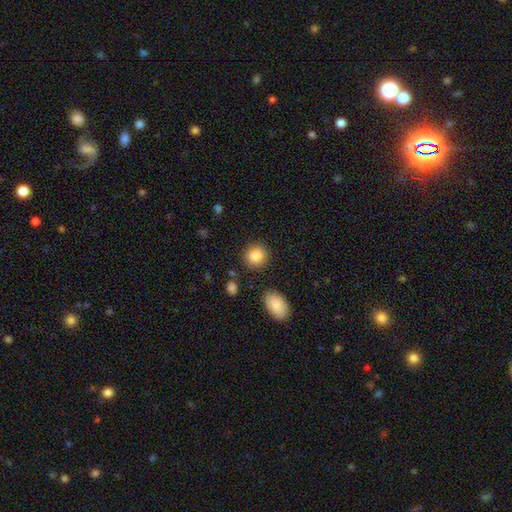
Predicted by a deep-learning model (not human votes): A smooth galaxy with no disk features (86%) that is round (85%). Merging: none (86%).